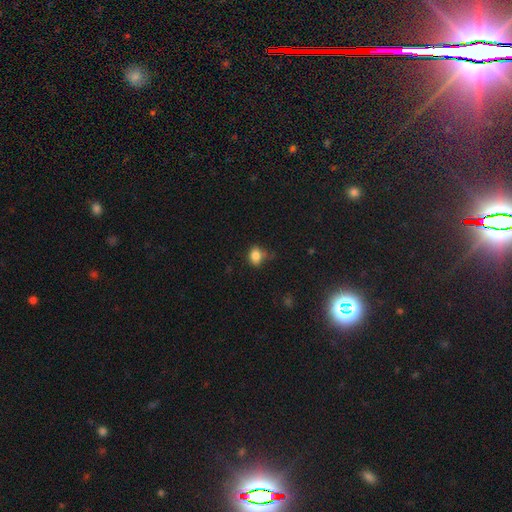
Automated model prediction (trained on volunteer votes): Smooth or featured? Predicted: smooth (p=0.83). How rounded? Predicted: in between (p=0.58). Merging? Predicted: none (p=0.56).